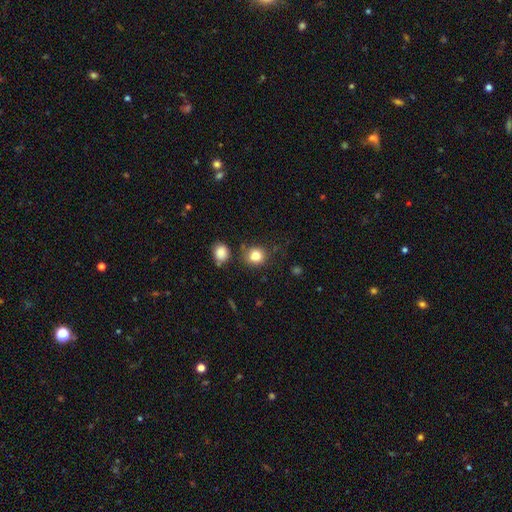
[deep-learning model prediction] smooth_or_featured: smooth (p=0.83) [alt: star or artifact p=0.11]
how_rounded: round (p=0.83) [alt: in between p=0.16]
merging: none (p=0.77) [alt: minor disturbance p=0.12]